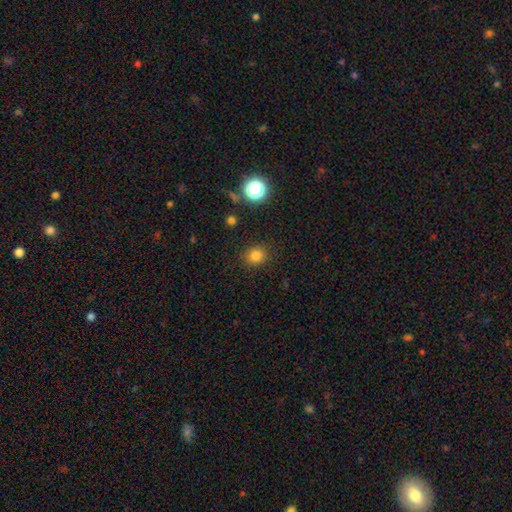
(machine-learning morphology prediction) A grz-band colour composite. It shows a smooth galaxy with no disk features (80%) that is round (81%). Merging: none (88%).